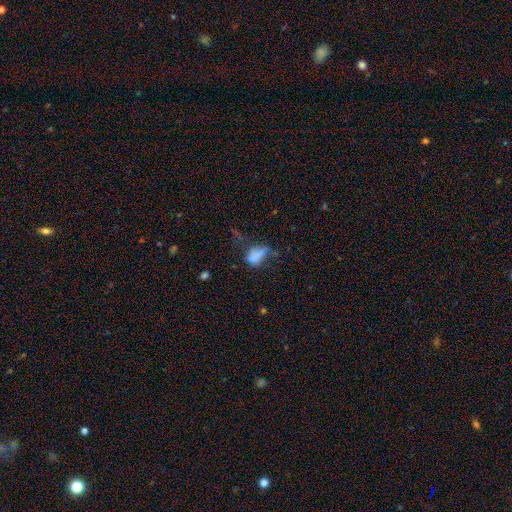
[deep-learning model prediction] A smooth galaxy with no disk features (69%) that is in between round and cigar-shaped (79%).

Vote fractions:
- Smooth or featured? smooth: 69% / featured or disk: 17% / star or artifact: 14%
- How rounded? in between: 79% / round: 18% / cigar-shaped: 3%
- Merging? major disturbance: 42% / minor disturbance: 26% / none: 24% / merger: 8%